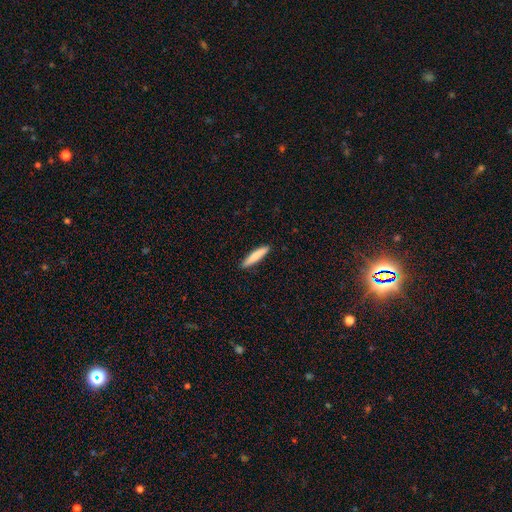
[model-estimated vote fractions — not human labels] A smooth galaxy with no disk features (81%) that is cigar-shaped (90%).

Vote fractions:
- Smooth or featured? smooth: 81% / featured or disk: 14% / star or artifact: 5%
- How rounded? cigar-shaped: 90% / in between: 9% / round: 1%
- Merging? none: 91% / minor disturbance: 7% / major disturbance: 1% / merger: 1%